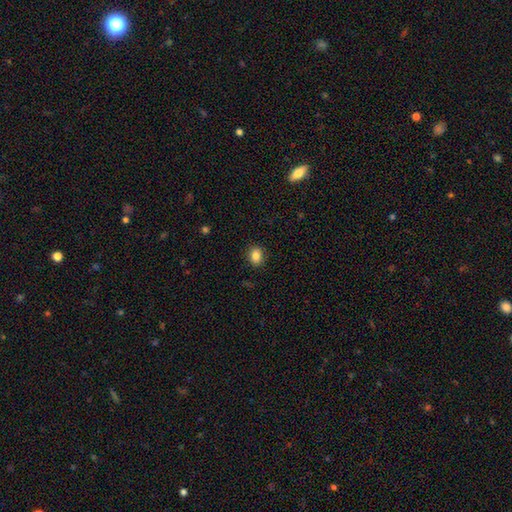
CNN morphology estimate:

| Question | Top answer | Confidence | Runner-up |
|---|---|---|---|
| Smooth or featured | smooth | 85% | star or artifact (10%) |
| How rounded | round | 53% | in between (46%) |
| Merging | none | 89% | minor disturbance (8%) |